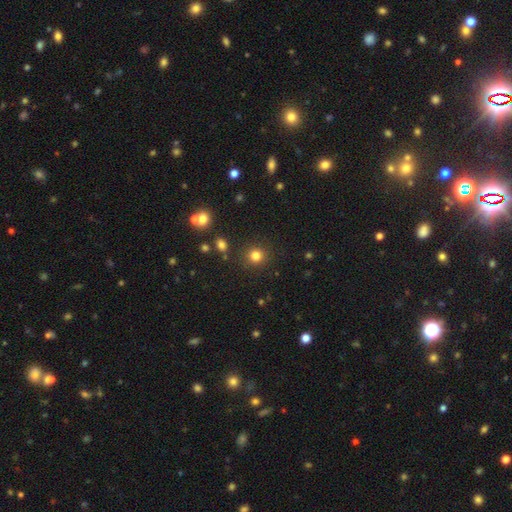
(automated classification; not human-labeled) Smooth or featured?
  - smooth: 81% *
  - star or artifact: 14%
  - featured or disk: 5%
How rounded?
  - round: 91% *
  - in between: 8%
  - cigar-shaped: 1%
Merging?
  - none: 88% *
  - minor disturbance: 7%
  - major disturbance: 3%
  - merger: 3%